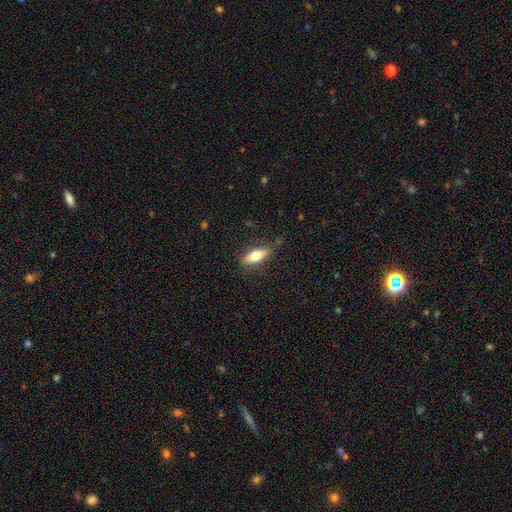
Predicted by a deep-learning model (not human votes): smooth_or_featured: smooth (p=0.65) [alt: featured or disk p=0.28]
how_rounded: in between (p=0.61) [alt: cigar-shaped p=0.36]
merging: none (p=0.82) [alt: minor disturbance p=0.13]